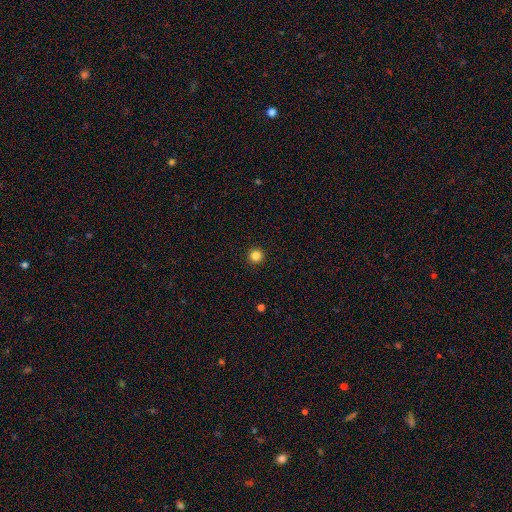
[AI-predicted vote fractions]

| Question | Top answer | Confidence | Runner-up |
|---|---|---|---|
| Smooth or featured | smooth | 84% | star or artifact (12%) |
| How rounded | round | 96% | in between (3%) |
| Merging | none | 94% | minor disturbance (4%) |